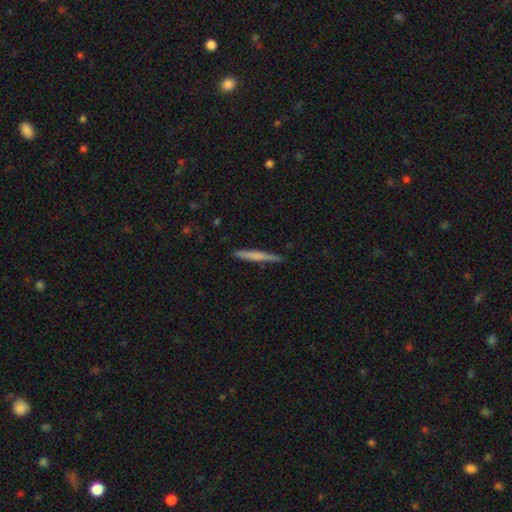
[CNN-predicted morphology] smooth 60%, featured or disk 34%, star or artifact 5%. Down the decision tree: how rounded — cigar-shaped (96%); merging — none (88%).